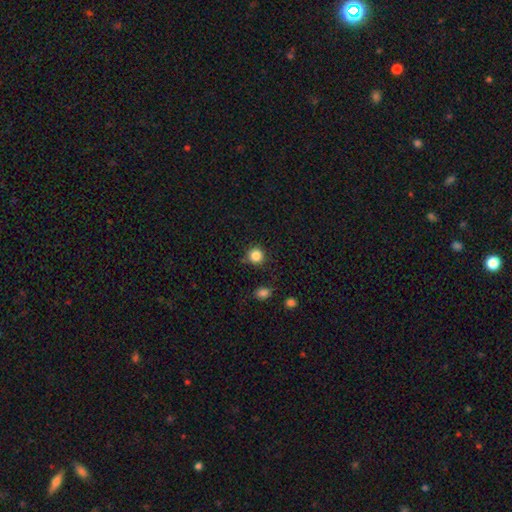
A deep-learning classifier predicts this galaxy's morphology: Overall: smooth (85%). How rounded: round (93%). Merging: none (85%).